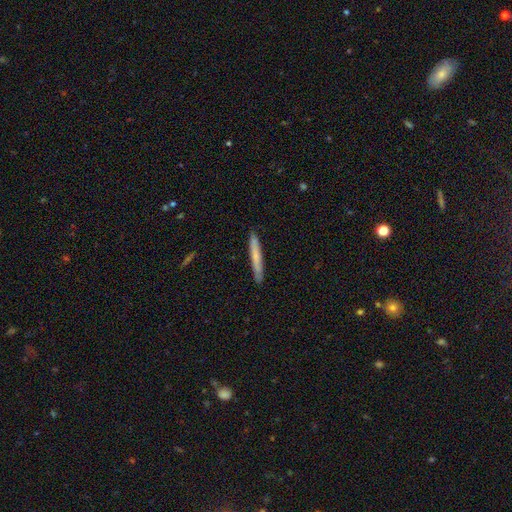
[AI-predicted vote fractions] A smooth galaxy with no disk features (64%) that is cigar-shaped (96%).

Vote fractions:
- Smooth or featured? smooth: 64% / featured or disk: 30% / star or artifact: 6%
- How rounded? cigar-shaped: 96% / in between: 3% / round: 1%
- Merging? none: 89% / minor disturbance: 8% / major disturbance: 1% / merger: 1%